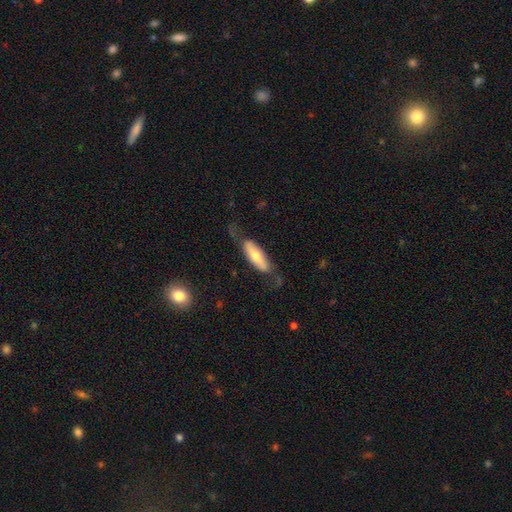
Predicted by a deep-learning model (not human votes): Overall: smooth (53%; featured or disk 41%). How rounded: in between (52%; cigar-shaped 46%). Merging: none (56%; minor disturbance 23%).